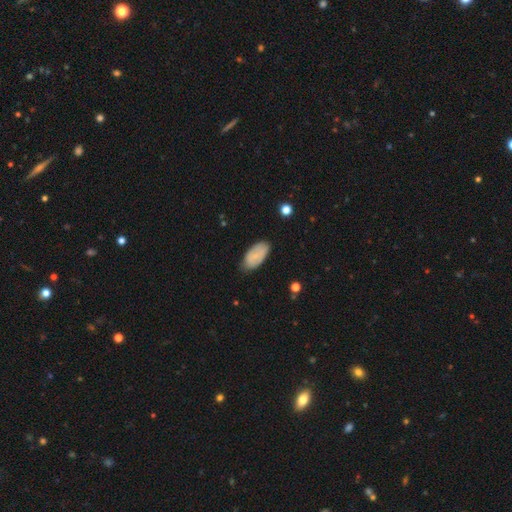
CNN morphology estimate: This appears to be a smooth galaxy with no disk features (69%) that is in between round and cigar-shaped (94%). Merging: none (76%).